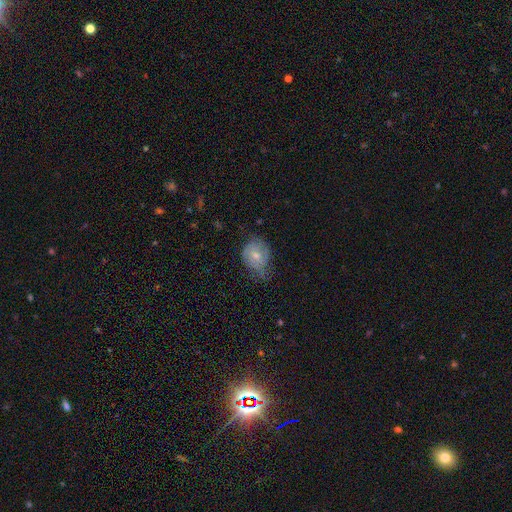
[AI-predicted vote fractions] A featured or disk galaxy (51%). Merging: none (45%).